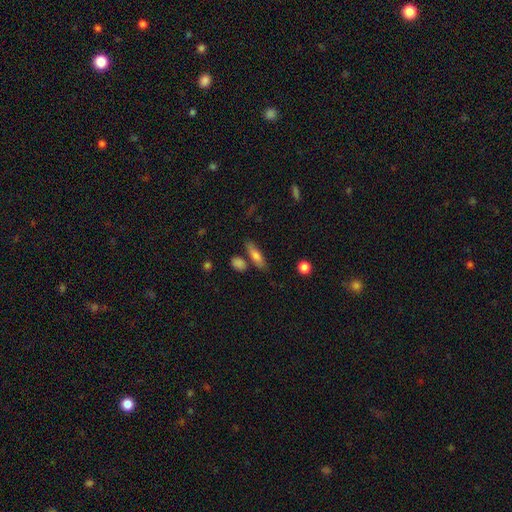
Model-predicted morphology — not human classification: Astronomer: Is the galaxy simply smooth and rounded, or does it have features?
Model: smooth — 72%.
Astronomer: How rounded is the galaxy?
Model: cigar-shaped — 50% (runner-up: in between, 47%).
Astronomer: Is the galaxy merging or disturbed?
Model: none — 70%.